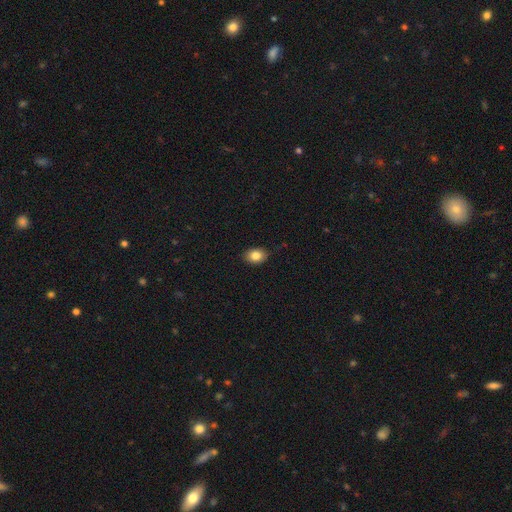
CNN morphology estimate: This appears to be a smooth galaxy with no disk features (85%) that is in between round and cigar-shaped (73%). Merging: none (85%).